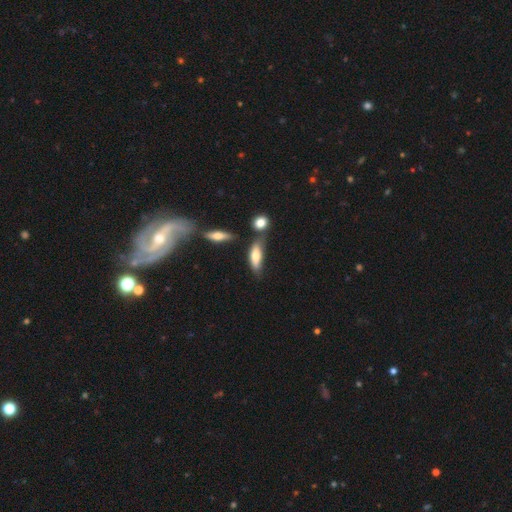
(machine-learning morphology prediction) A smooth galaxy with no disk features (64%) that is in between round and cigar-shaped (59%).

Vote fractions:
- Smooth or featured? smooth: 64% / featured or disk: 28% / star or artifact: 8%
- How rounded? in between: 59% / cigar-shaped: 39% / round: 3%
- Merging? none: 52% / minor disturbance: 21% / merger: 18% / major disturbance: 8%